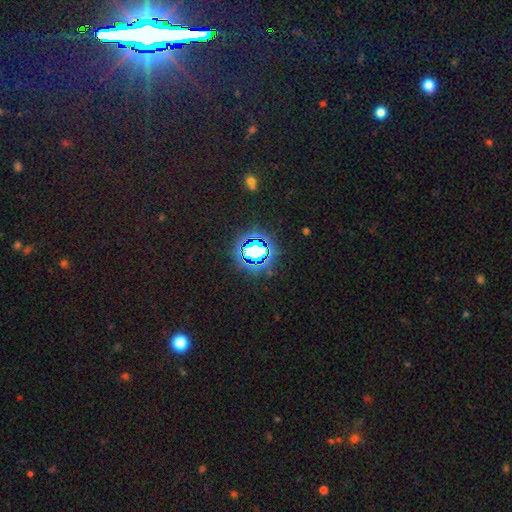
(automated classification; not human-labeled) The model was most divided on "smooth or featured": star or artifact: 71%, smooth: 18%, featured or disk: 11%.